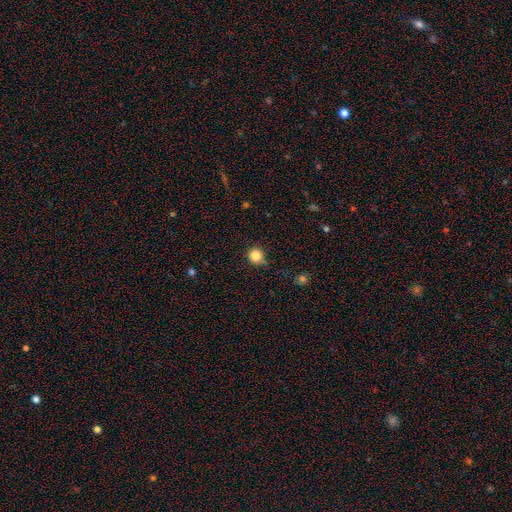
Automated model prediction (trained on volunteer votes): Smooth or featured? Predicted: smooth (p=0.84). How rounded? Predicted: round (p=0.90). Merging? Predicted: none (p=0.75).